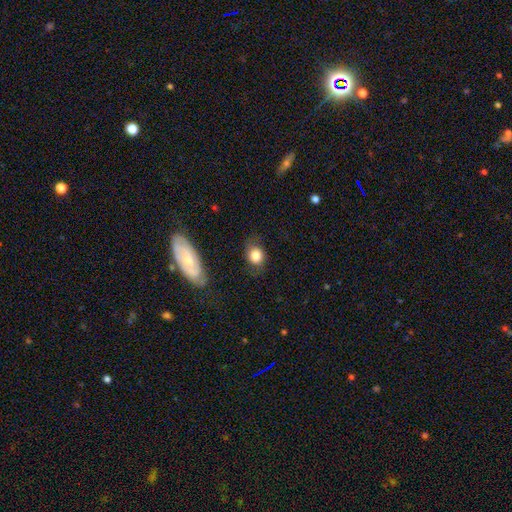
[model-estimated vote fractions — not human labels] smooth_or_featured: smooth (p=0.80) [alt: featured or disk p=0.12]
how_rounded: round (p=0.60) [alt: in between p=0.39]
merging: none (p=0.70) [alt: minor disturbance p=0.20]